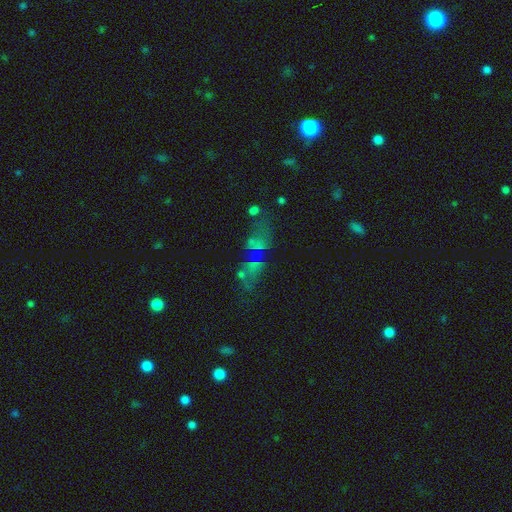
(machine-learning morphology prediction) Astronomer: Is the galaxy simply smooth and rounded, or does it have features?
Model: smooth — 37% (runner-up: star or artifact, 36%).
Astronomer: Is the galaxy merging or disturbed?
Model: none — 39% (runner-up: major disturbance, 24%).